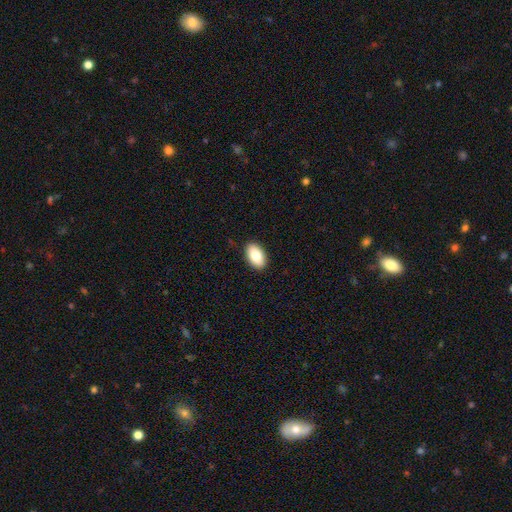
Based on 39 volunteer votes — smooth-or-featured: smooth: 87% | featured or disk: 10% | star or artifact: 3%
  how-rounded: in between: 97% | round: 3% | cigar-shaped: 0%
  merging: none: 89% | minor disturbance: 5% | major disturbance: 3% | merger: 3%